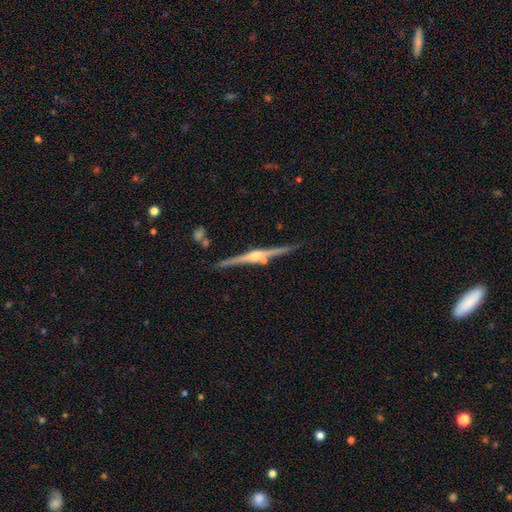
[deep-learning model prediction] A featured or disk galaxy (84%) viewed edge-on (98%) with a rounded central bulge (92%).

Vote fractions:
- Smooth or featured? featured or disk: 84% / smooth: 10% / star or artifact: 5%
- Edge-on disk? yes: 98% / no: 2%
- Edge-on bulge? rounded: 92% / boxy: 5% / none: 3%
- Merging? none: 83% / minor disturbance: 9% / merger: 6% / major disturbance: 2%